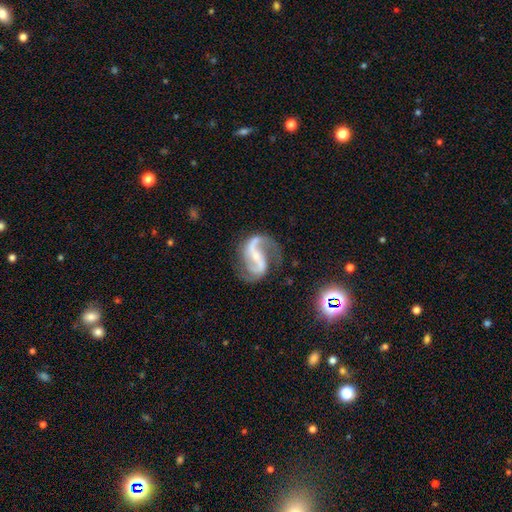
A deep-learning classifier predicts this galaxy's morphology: Smooth or featured? featured or disk (90%)
Edge-on disk? no (98%)
Bar? strong (50%)
Spiral arms? yes (97%)
Spiral winding? loose (47%)
Spiral arm count? 2 (91%)
Bulge size? small (64%)
Merging? none (68%)